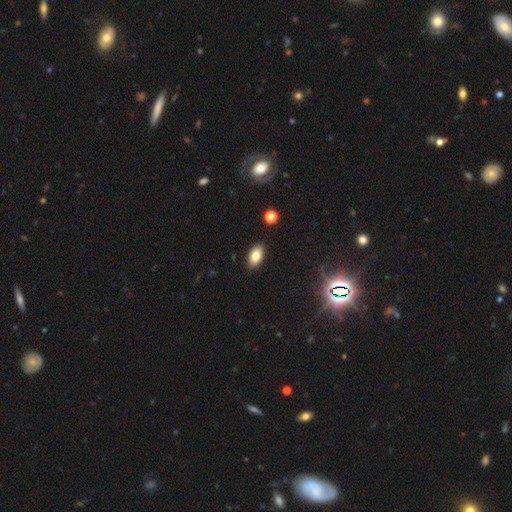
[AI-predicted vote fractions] smooth_or_featured: smooth (p=0.81) [alt: featured or disk p=0.10]
how_rounded: in between (p=0.91) [alt: round p=0.05]
merging: none (p=0.88) [alt: minor disturbance p=0.08]